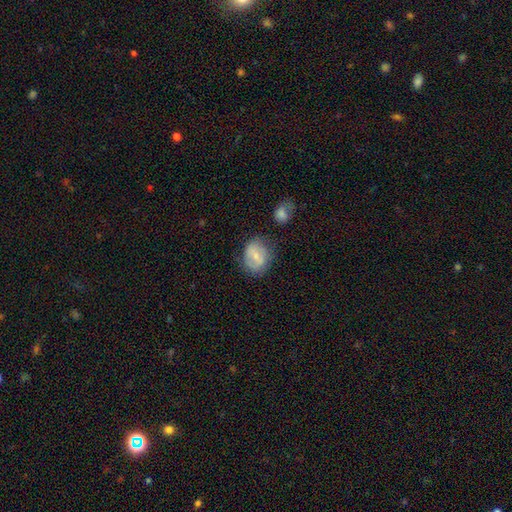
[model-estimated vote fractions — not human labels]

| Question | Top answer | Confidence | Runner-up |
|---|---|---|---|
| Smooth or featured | smooth | 61% | featured or disk (31%) |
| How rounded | in between | 50% | round (49%) |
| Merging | none | 61% | minor disturbance (24%) |